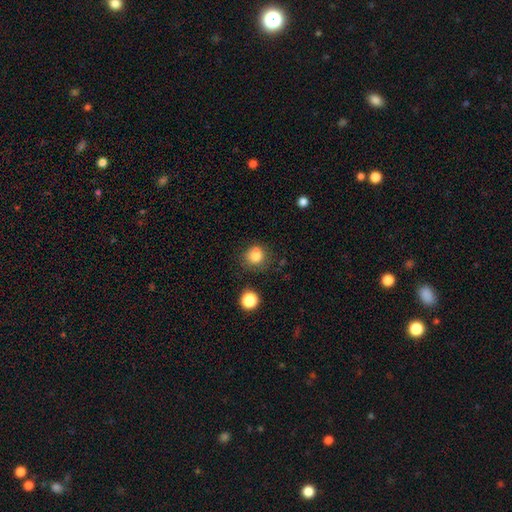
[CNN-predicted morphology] smooth_or_featured: smooth (p=0.83) [alt: star or artifact p=0.11]
how_rounded: round (p=0.87) [alt: in between p=0.12]
merging: none (p=0.74) [alt: minor disturbance p=0.17]